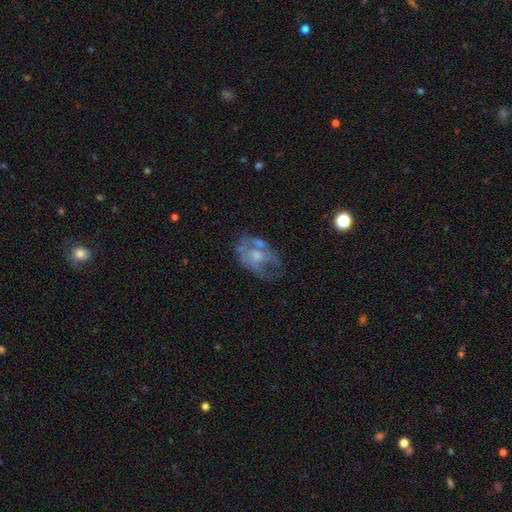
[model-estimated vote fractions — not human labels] Morphology: type=featured or disk (66%); edge-on=no (96%); bar=no (78%); spiral arms=no (56%); bulge=moderate (47%); merging=none (40%).